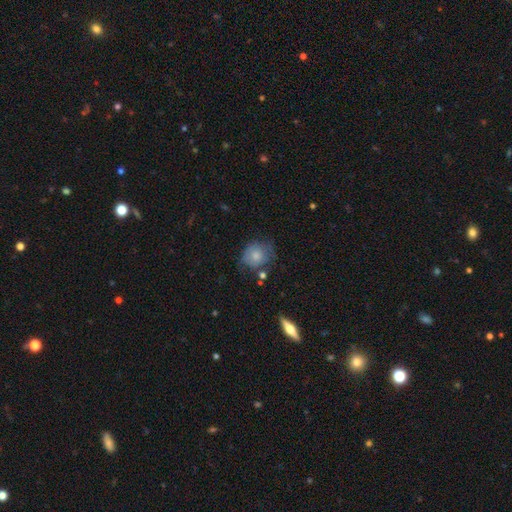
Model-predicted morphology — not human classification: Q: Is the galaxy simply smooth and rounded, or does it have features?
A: smooth — 75%.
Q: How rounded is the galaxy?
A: round — 75%.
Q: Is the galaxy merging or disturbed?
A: none — 54%.